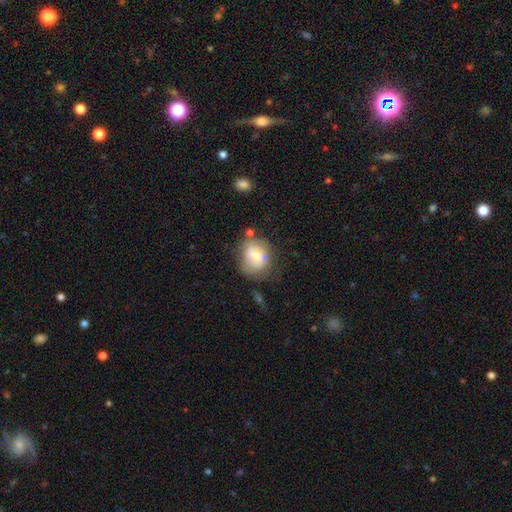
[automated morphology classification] Smooth or featured? smooth (63%)
How rounded? round (64%)
Merging? none (57%)